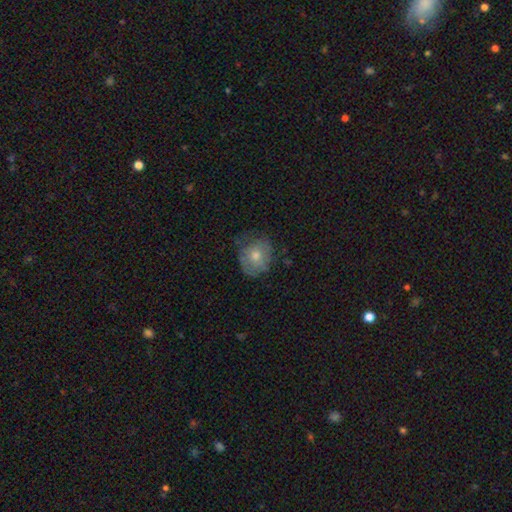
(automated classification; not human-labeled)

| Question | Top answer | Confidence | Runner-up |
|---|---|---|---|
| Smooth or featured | smooth | 53% | featured or disk (37%) |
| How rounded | round | 72% | in between (27%) |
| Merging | none | 66% | minor disturbance (25%) |